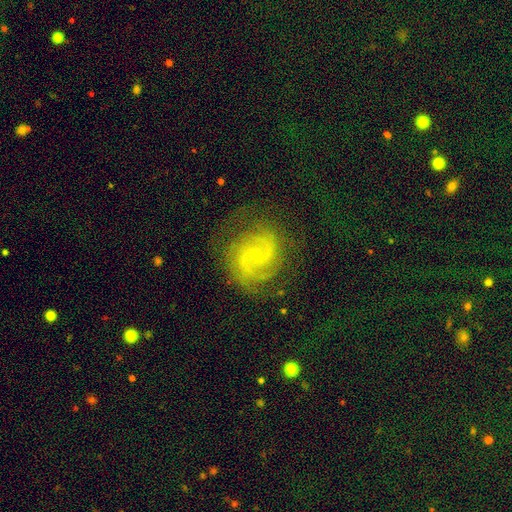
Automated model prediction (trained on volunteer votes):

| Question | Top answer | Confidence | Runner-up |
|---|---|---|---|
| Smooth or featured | featured or disk | 89% | star or artifact (6%) |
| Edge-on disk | no | 98% | yes (2%) |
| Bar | no | 59% | weak (34%) |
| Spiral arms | yes | 98% | no (2%) |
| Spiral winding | medium | 47% | tight (43%) |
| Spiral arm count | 2 | 81% | 3 (7%) |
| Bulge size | small | 78% | moderate (18%) |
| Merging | none | 78% | minor disturbance (15%) |